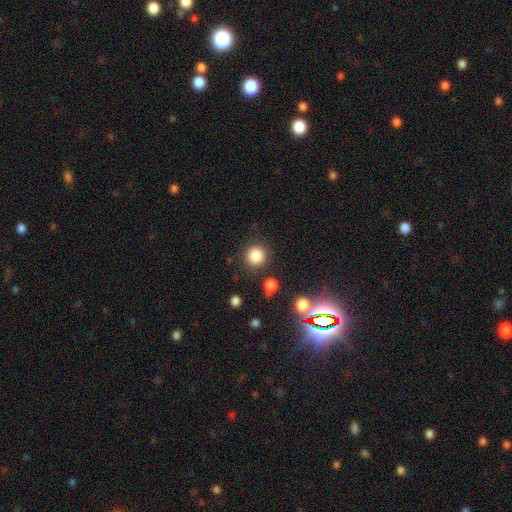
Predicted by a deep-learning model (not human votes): Smooth or featured? Predicted: smooth (p=0.84). How rounded? Predicted: round (p=0.91). Merging? Predicted: none (p=0.85).